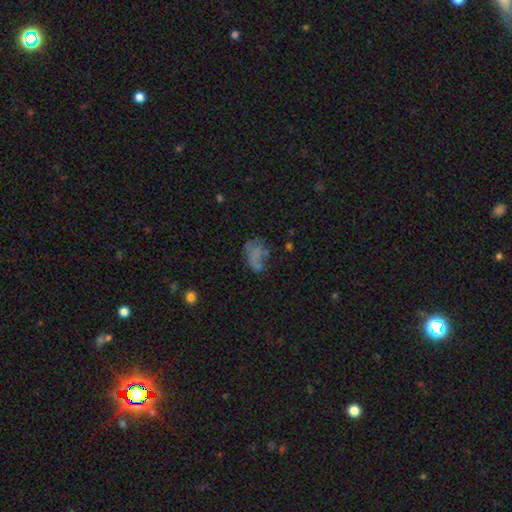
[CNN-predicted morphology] A smooth galaxy with no disk features (46%).

Vote fractions:
- Smooth or featured? smooth: 46% / featured or disk: 35% / star or artifact: 19%
- Merging? none: 38% / major disturbance: 30% / minor disturbance: 23% / merger: 9%